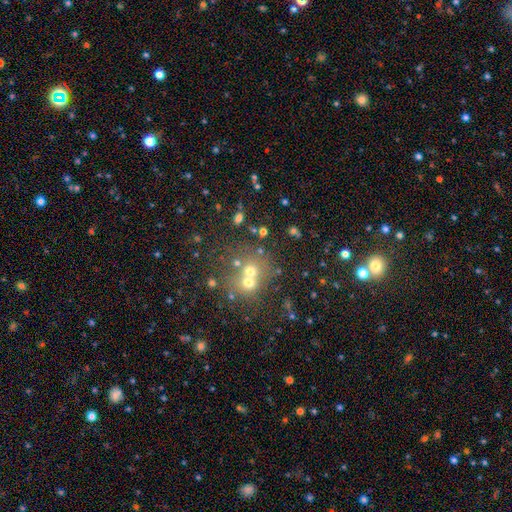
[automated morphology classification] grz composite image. It shows a smooth galaxy with no disk features (52%) that is round (79%). Merging: none (45%).